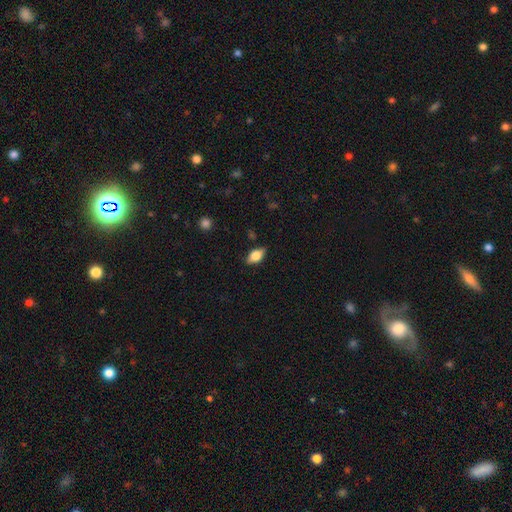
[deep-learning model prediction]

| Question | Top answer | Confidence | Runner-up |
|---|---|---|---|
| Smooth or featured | smooth | 73% | featured or disk (19%) |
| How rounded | in between | 87% | round (7%) |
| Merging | none | 83% | minor disturbance (13%) |